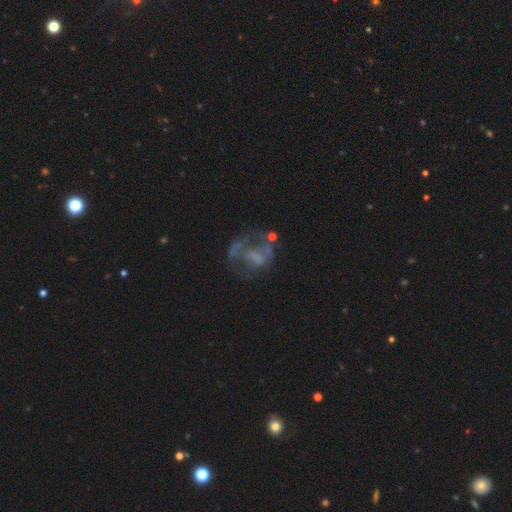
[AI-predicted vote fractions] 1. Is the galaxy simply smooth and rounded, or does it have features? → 60% featured or disk, 24% smooth, 16% star or artifact.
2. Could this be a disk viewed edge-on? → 97% no, 3% yes.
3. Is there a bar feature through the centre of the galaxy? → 71% no, 21% weak, 8% strong.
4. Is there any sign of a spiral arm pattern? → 69% no, 31% yes.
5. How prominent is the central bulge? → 60% none, 17% small, 16% moderate, 6% large, 2% dominant.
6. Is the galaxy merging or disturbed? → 39% none, 35% major disturbance, 18% minor disturbance, 9% merger.